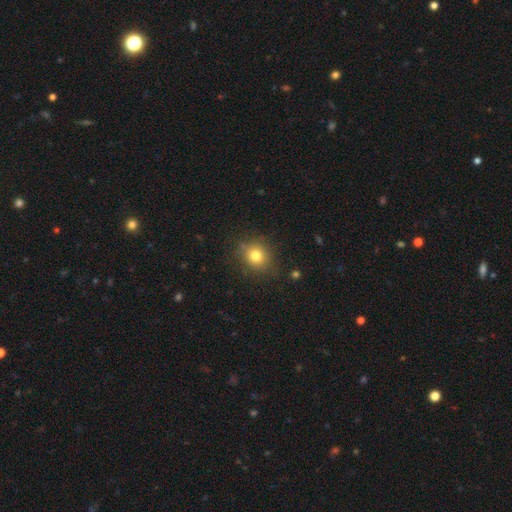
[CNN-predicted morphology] Smooth or featured? smooth (79%)
How rounded? round (80%)
Merging? none (83%)